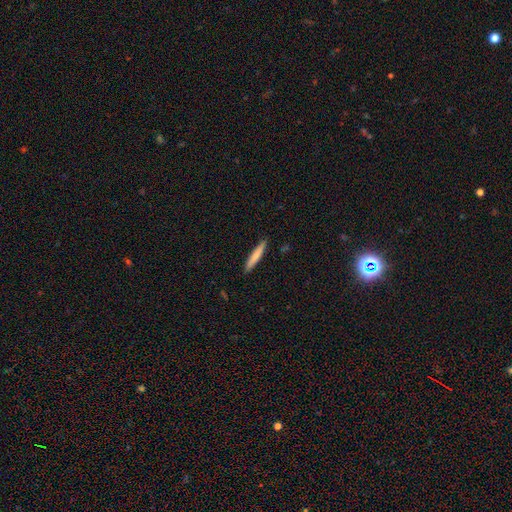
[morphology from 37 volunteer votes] smooth-or-featured: smooth: 70% | featured or disk: 30% | star or artifact: 0%
  how-rounded: cigar-shaped: 96% | round: 4% | in between: 0%
  merging: none: 97% | minor disturbance: 3% | major disturbance: 0% | merger: 0%